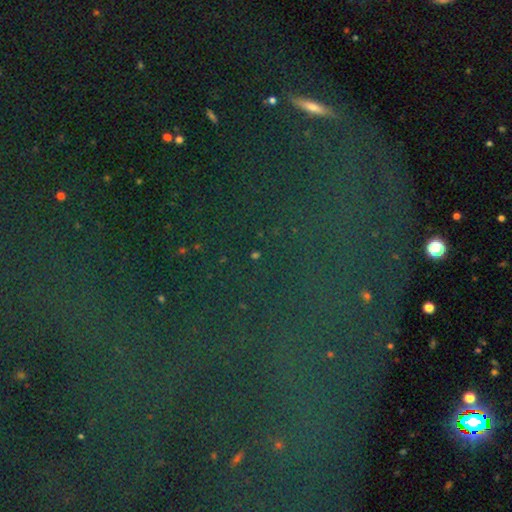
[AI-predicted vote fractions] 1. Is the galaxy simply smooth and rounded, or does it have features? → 74% star or artifact, 17% smooth, 9% featured or disk.